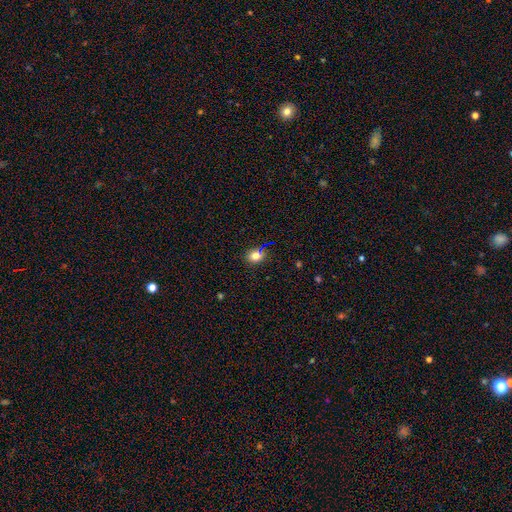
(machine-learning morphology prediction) smooth_or_featured: smooth (p=0.76) [alt: star or artifact p=0.16]
how_rounded: round (p=0.64) [alt: in between p=0.35]
merging: none (p=0.83) [alt: minor disturbance p=0.11]